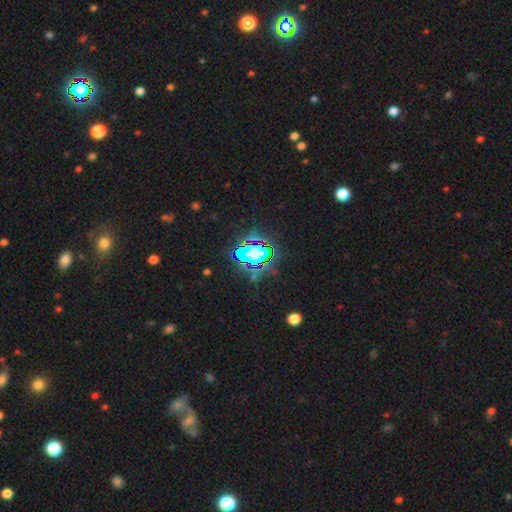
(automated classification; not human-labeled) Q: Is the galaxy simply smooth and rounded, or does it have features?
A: star or artifact — 64%.